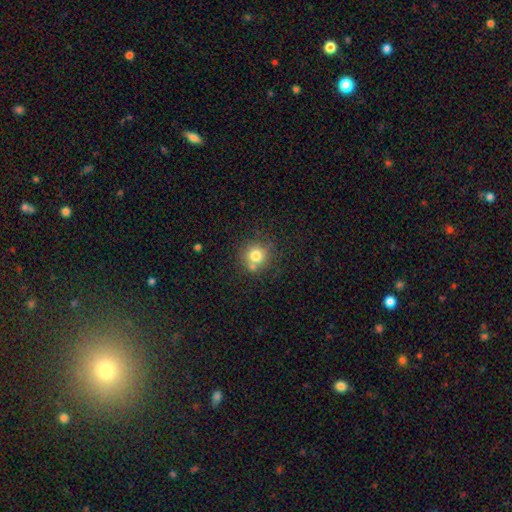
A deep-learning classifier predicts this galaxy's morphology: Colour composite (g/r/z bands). It shows a smooth galaxy with no disk features (77%) that is round (91%). Merging: none (68%).